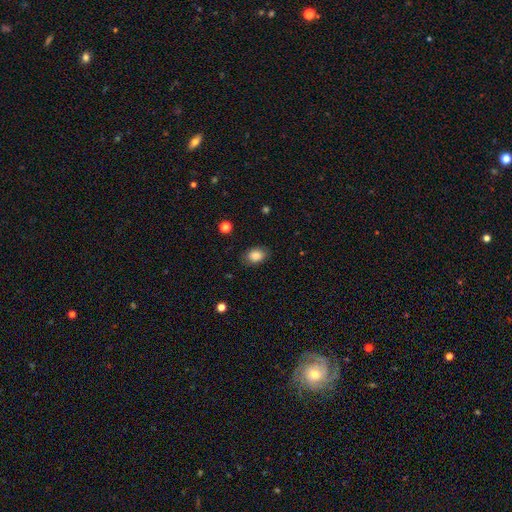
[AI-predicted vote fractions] Morphology: type=smooth (85%); roundness=in between (75%); merging=none (82%).